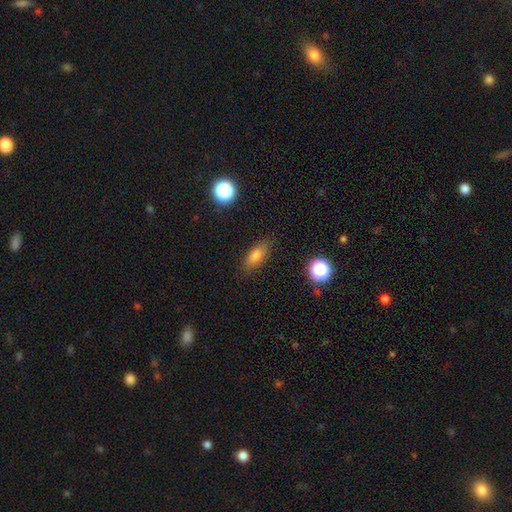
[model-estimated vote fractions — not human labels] Smooth or featured?
  - smooth: 77% *
  - featured or disk: 12%
  - star or artifact: 11%
How rounded?
  - in between: 75% *
  - cigar-shaped: 19%
  - round: 7%
Merging?
  - none: 84% *
  - minor disturbance: 12%
  - major disturbance: 3%
  - merger: 1%